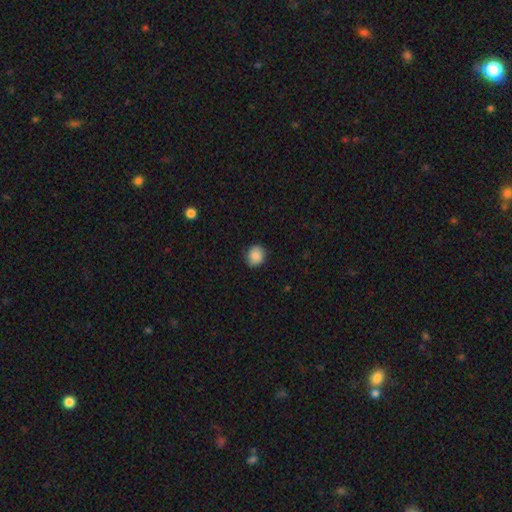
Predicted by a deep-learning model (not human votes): A smooth galaxy with no disk features (86%) that is round (73%). Merging: none (82%).